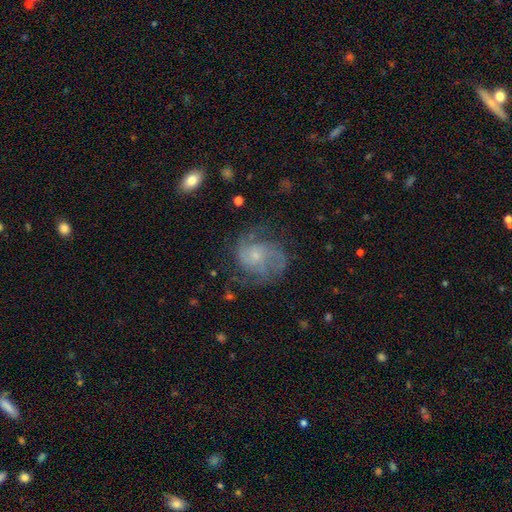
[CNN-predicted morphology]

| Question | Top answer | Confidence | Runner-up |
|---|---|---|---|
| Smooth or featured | featured or disk | 76% | smooth (16%) |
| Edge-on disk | no | 98% | yes (2%) |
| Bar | no | 75% | weak (22%) |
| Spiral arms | yes | 92% | no (8%) |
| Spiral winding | medium | 46% | tight (33%) |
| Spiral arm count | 2 | 46% | can't tell (22%) |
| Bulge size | small | 74% | moderate (17%) |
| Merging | none | 61% | minor disturbance (21%) |